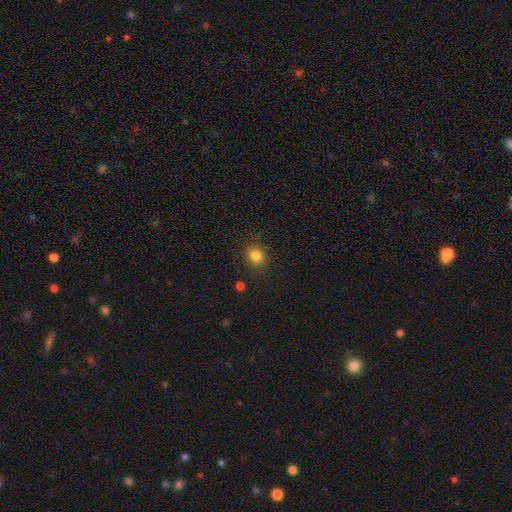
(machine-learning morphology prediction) Smooth or featured?
  - smooth: 83% *
  - star or artifact: 12%
  - featured or disk: 5%
How rounded?
  - round: 63% *
  - in between: 36%
  - cigar-shaped: 1%
Merging?
  - none: 85% *
  - minor disturbance: 10%
  - major disturbance: 3%
  - merger: 2%